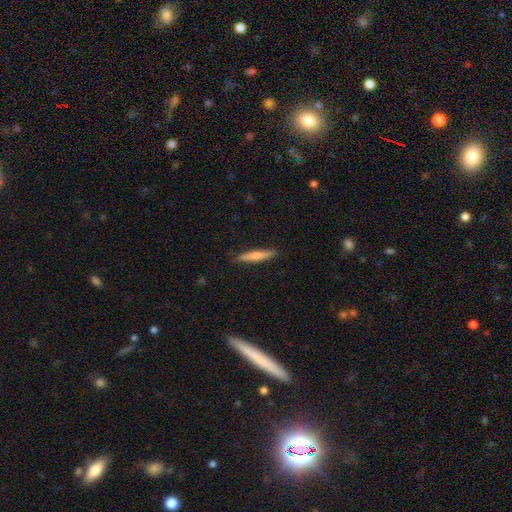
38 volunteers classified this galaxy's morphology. smooth 71%, featured or disk 21%, star or artifact 8%. Down the decision tree: how rounded — cigar-shaped (93%); merging — none (91%).